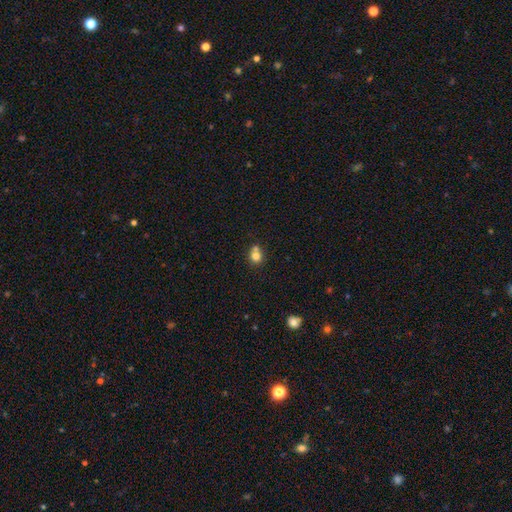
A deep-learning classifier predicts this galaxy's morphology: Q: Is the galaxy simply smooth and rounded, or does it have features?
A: smooth — 77%.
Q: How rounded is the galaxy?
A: round — 79%.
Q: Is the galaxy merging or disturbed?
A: merger — 46%.